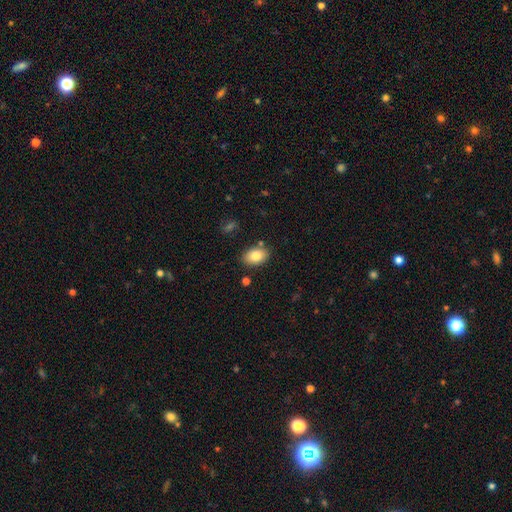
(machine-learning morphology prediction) Smooth or featured? smooth (83%)
How rounded? in between (86%)
Merging? none (83%)